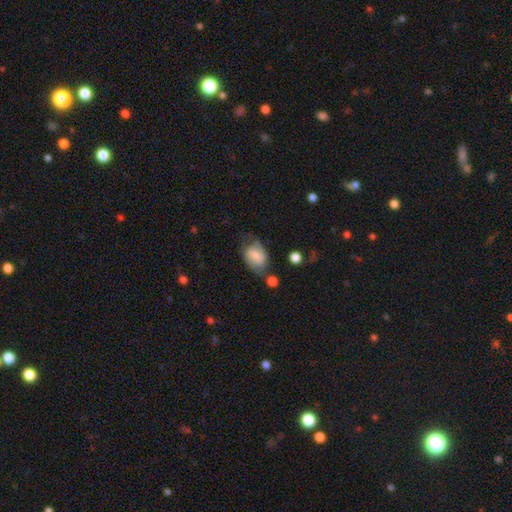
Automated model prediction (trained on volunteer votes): smooth-or-featured: smooth: 55% | featured or disk: 38% | star or artifact: 7%
  how-rounded: in between: 78% | round: 20% | cigar-shaped: 2%
  merging: none: 55% | minor disturbance: 26% | major disturbance: 12% | merger: 8%